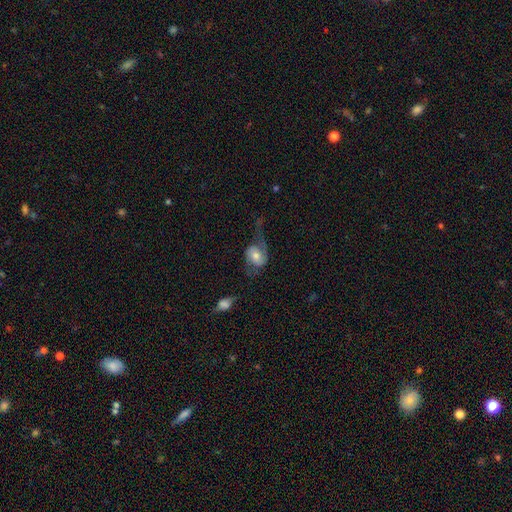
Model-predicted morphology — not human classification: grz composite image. It shows a featured or disk galaxy (59%) with no bar (52%), spiral arms (84%) and a moderate central bulge (61%). Merging: major disturbance (40%).